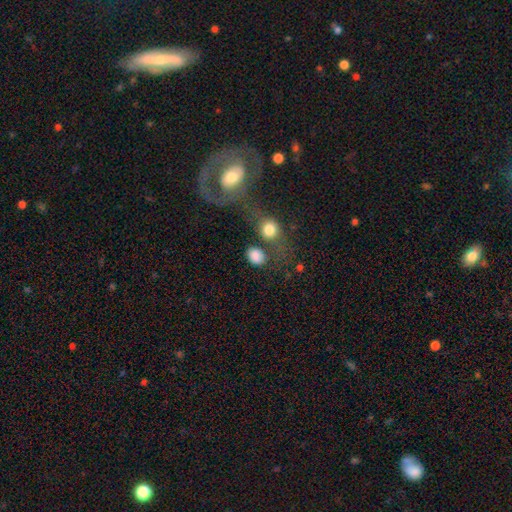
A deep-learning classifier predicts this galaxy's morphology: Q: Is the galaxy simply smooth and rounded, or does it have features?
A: smooth — 83%.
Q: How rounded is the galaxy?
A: in between — 50%.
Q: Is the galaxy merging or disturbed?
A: none — 57%.